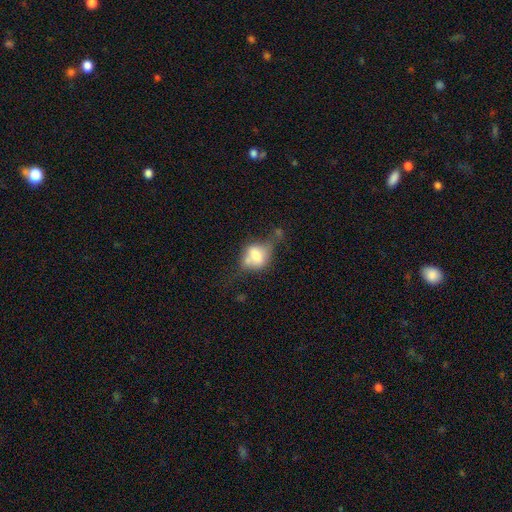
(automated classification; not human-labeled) Q: Smooth or featured?
A: smooth (58%); runner-up: featured or disk (32%)
Q: How rounded?
A: in between (55%); runner-up: round (42%)
Q: Merging?
A: none (33%); runner-up: minor disturbance (26%)